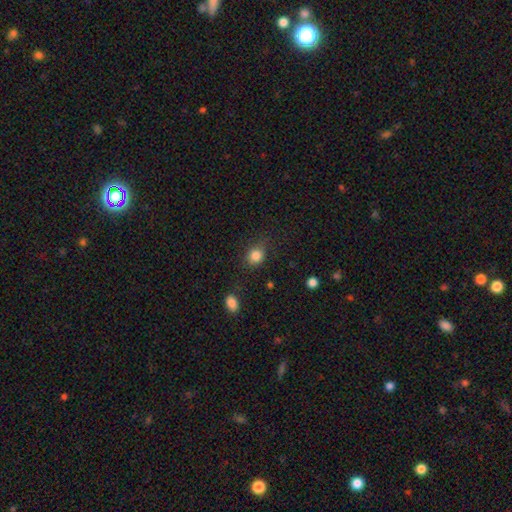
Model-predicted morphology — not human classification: smooth-or-featured: smooth: 84% | star or artifact: 11% | featured or disk: 5%
  how-rounded: round: 70% | in between: 29% | cigar-shaped: 1%
  merging: none: 74% | minor disturbance: 17% | major disturbance: 6% | merger: 2%